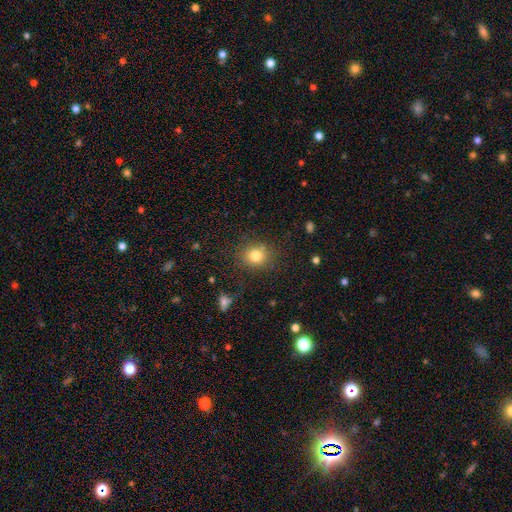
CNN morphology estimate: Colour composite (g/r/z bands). It shows a smooth galaxy with no disk features (81%) that is round (76%). Merging: none (82%).